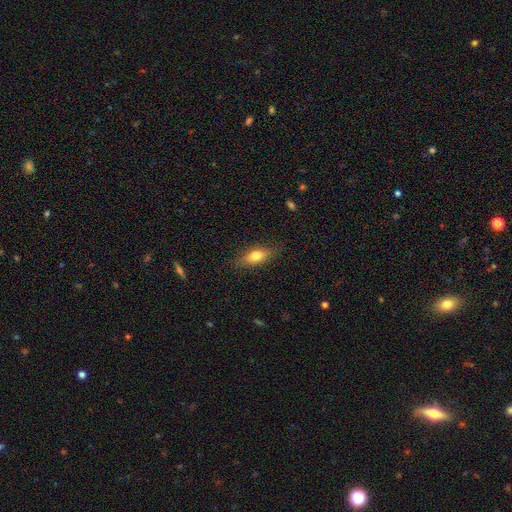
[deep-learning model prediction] Smooth or featured: smooth — 71% (featured or disk — 21%)
How rounded: in between — 71% (cigar-shaped — 24%)
Merging: none — 82% (minor disturbance — 13%)